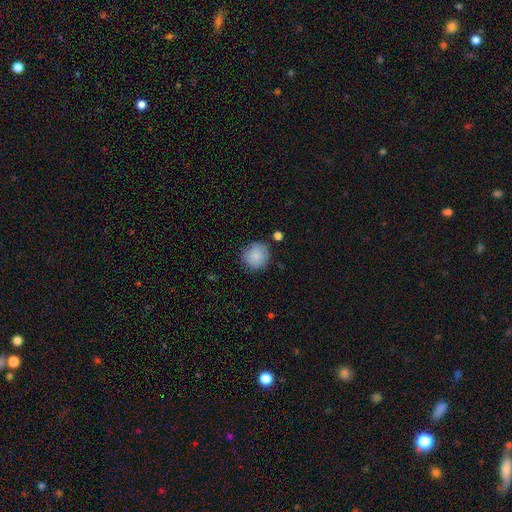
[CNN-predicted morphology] Overall: smooth (88%). How rounded: round (92%). Merging: none (82%).